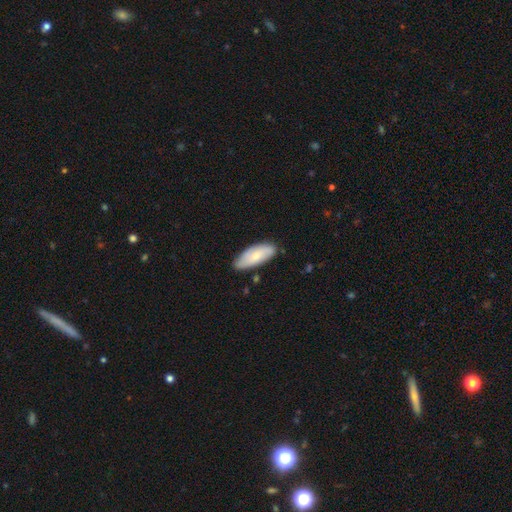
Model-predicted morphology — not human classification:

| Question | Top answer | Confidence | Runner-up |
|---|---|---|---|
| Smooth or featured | smooth | 67% | featured or disk (28%) |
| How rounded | in between | 82% | cigar-shaped (17%) |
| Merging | none | 76% | minor disturbance (19%) |